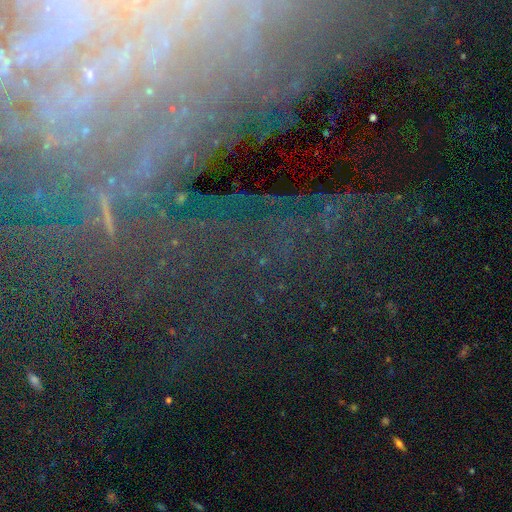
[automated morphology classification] type=star or artifact (61%).